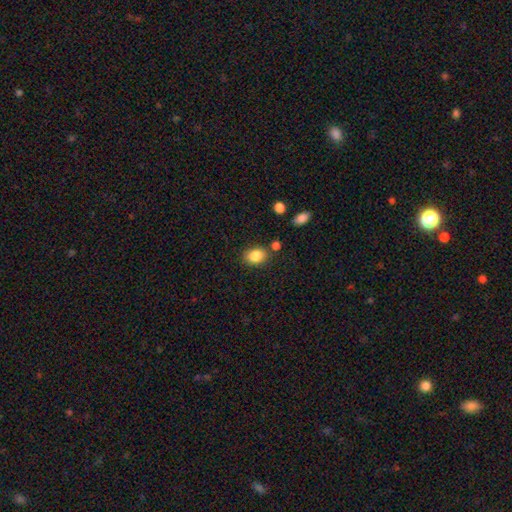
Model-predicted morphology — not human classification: This is clearly a smooth galaxy (85%). How rounded: likely in between (62%). Merging: likely none (77%).